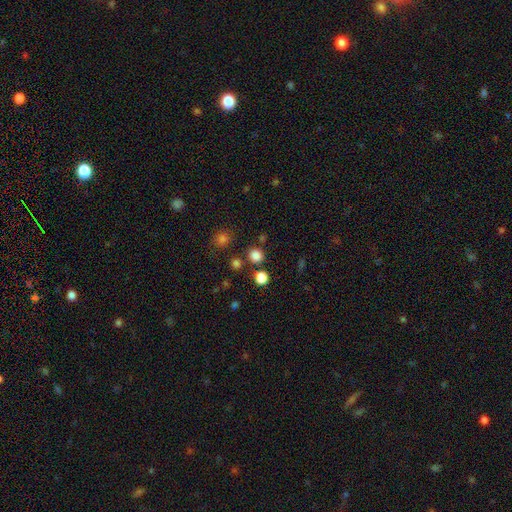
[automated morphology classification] Q: Smooth or featured?
A: smooth (81%); runner-up: star or artifact (15%)
Q: How rounded?
A: round (91%); runner-up: in between (8%)
Q: Merging?
A: none (82%); runner-up: merger (8%)